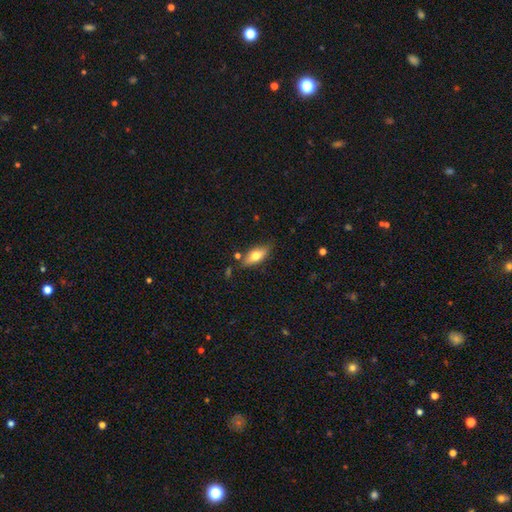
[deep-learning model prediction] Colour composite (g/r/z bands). It shows a smooth galaxy with no disk features (67%) that is in between round and cigar-shaped (76%). Merging: none (76%).